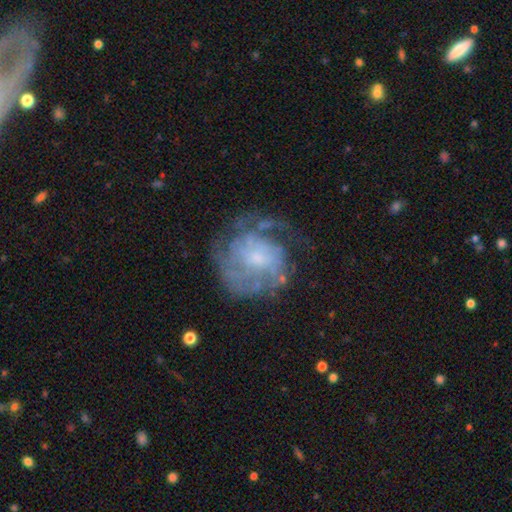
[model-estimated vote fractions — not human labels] A featured or disk galaxy (75%) with no bar (66%), tight (54%) spiral arms (82%) and a small central bulge (51%). Merging: none (59%).